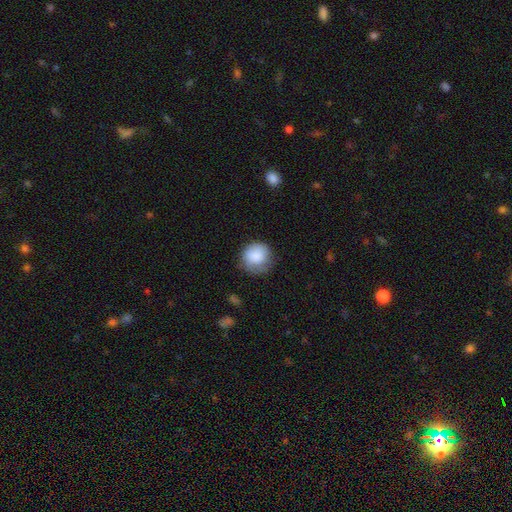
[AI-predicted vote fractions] smooth 85%, featured or disk 9%, star or artifact 7%. Down the decision tree: how rounded — round (88%); merging — none (67%).